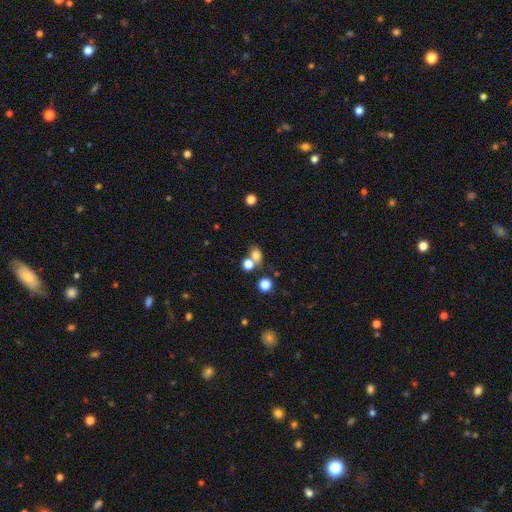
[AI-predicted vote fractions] Smooth or featured? smooth (74%)
How rounded? round (51%)
Merging? none (45%)